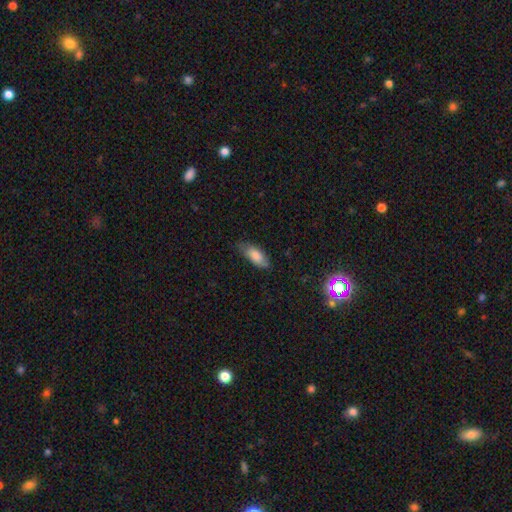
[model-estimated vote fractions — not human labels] Smooth or featured: smooth — 80% (featured or disk — 13%)
How rounded: in between — 79% (cigar-shaped — 19%)
Merging: none — 69% (minor disturbance — 25%)